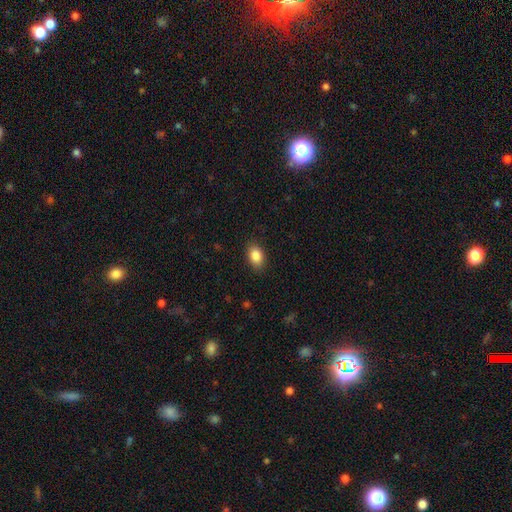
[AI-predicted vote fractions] Smooth or featured? smooth (86%)
How rounded? in between (80%)
Merging? none (87%)